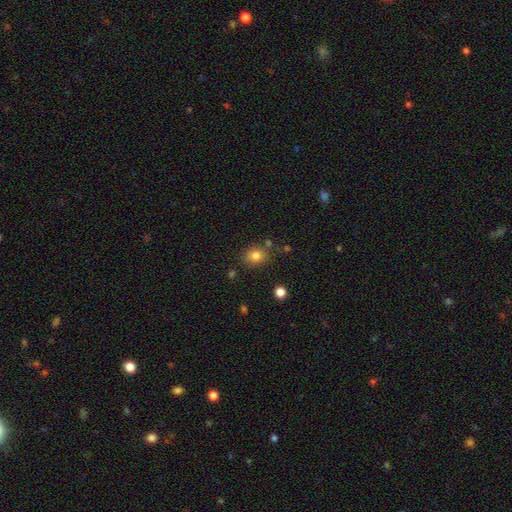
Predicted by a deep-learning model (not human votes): Smooth or featured?
  - smooth: 81% *
  - star or artifact: 12%
  - featured or disk: 7%
How rounded?
  - round: 60% *
  - in between: 39%
  - cigar-shaped: 1%
Merging?
  - none: 78% *
  - minor disturbance: 13%
  - merger: 6%
  - major disturbance: 4%